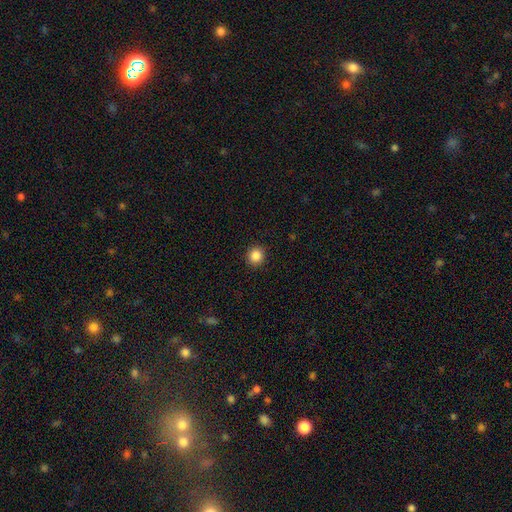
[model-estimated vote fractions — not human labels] Overall: smooth (87%). How rounded: round (90%). Merging: none (92%).